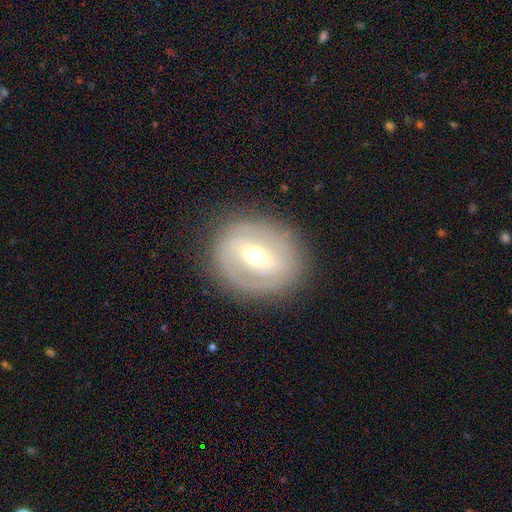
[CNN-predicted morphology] A featured or disk galaxy (72%) with a strong bar (43%), spiral arms (63%) and a moderate central bulge (65%). Merging: none (81%).